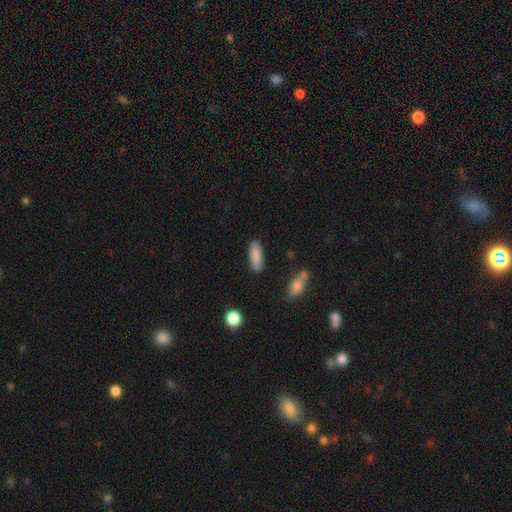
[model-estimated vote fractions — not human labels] A smooth galaxy with no disk features (86%) that is in between round and cigar-shaped (65%). Merging: none (86%).